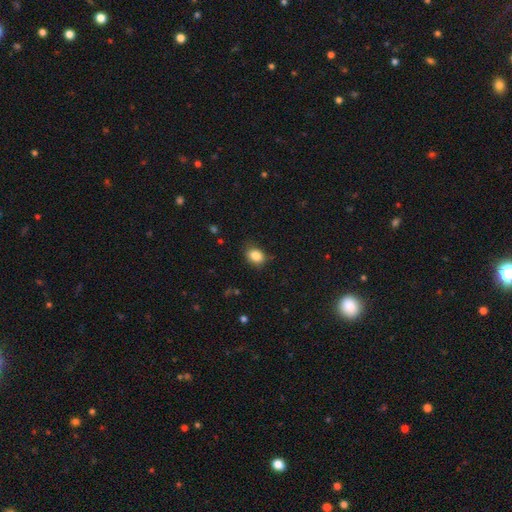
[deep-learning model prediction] The model was most divided on "how rounded": in between: 61%, round: 38%, cigar-shaped: 1%. More confident: smooth or featured — smooth (86%); merging — none (79%).